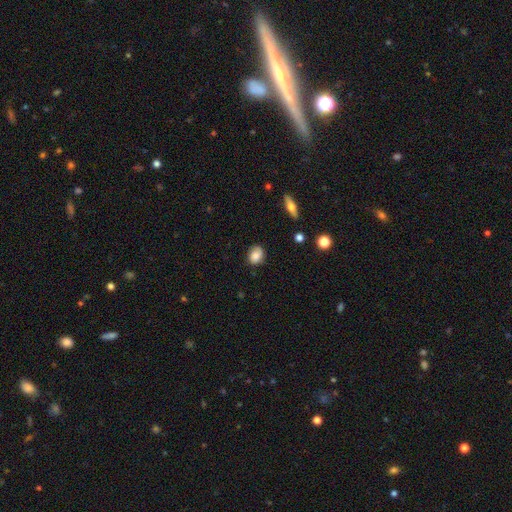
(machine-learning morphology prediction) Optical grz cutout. It shows a smooth galaxy with no disk features (82%) that is round (51%). Merging: none (77%).